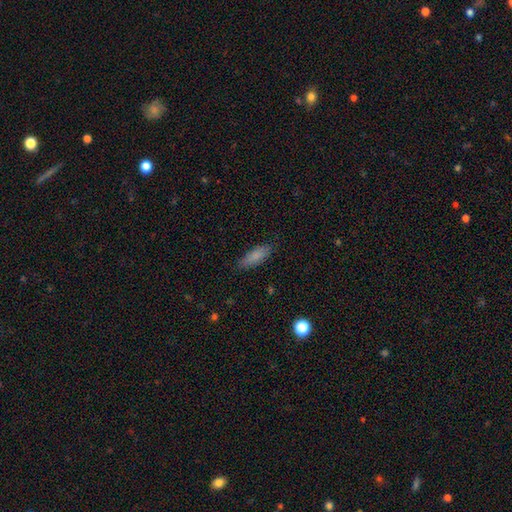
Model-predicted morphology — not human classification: Smooth or featured?
  - smooth: 82% *
  - featured or disk: 11%
  - star or artifact: 7%
How rounded?
  - in between: 60% *
  - cigar-shaped: 37%
  - round: 2%
Merging?
  - none: 83% *
  - minor disturbance: 14%
  - major disturbance: 3%
  - merger: 1%